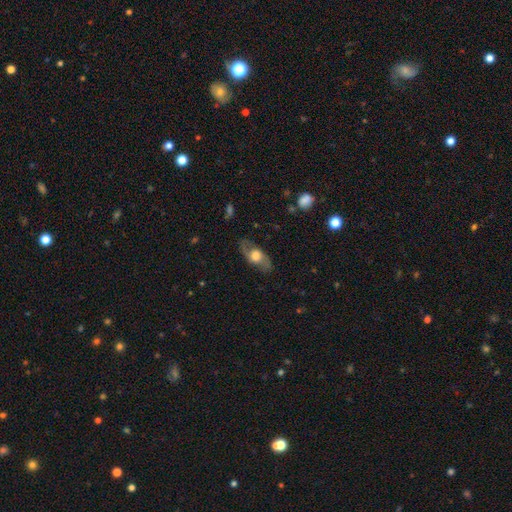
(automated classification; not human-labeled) smooth-or-featured: featured or disk: 59% | smooth: 35% | star or artifact: 7%
  disk-edge-on: no: 76% | yes: 24%
  merging: none: 77% | minor disturbance: 15% | major disturbance: 6% | merger: 1%